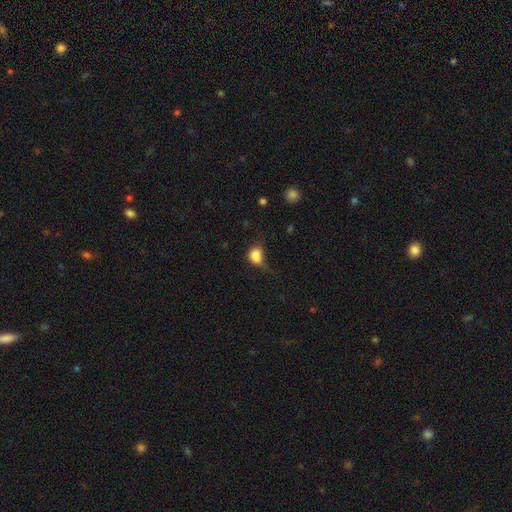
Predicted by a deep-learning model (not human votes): A smooth galaxy with no disk features (81%) that is in between round and cigar-shaped (51%).

Vote fractions:
- Smooth or featured? smooth: 81% / star or artifact: 10% / featured or disk: 9%
- How rounded? in between: 51% / round: 47% / cigar-shaped: 1%
- Merging? minor disturbance: 33% / none: 30% / major disturbance: 25% / merger: 12%